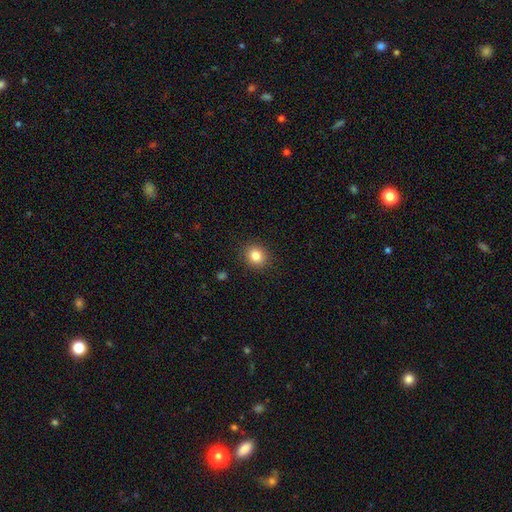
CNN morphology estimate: A smooth galaxy with no disk features (84%) that is round (82%).

Vote fractions:
- Smooth or featured? smooth: 84% / star or artifact: 11% / featured or disk: 6%
- How rounded? round: 82% / in between: 17% / cigar-shaped: 1%
- Merging? none: 90% / minor disturbance: 7% / major disturbance: 2% / merger: 1%